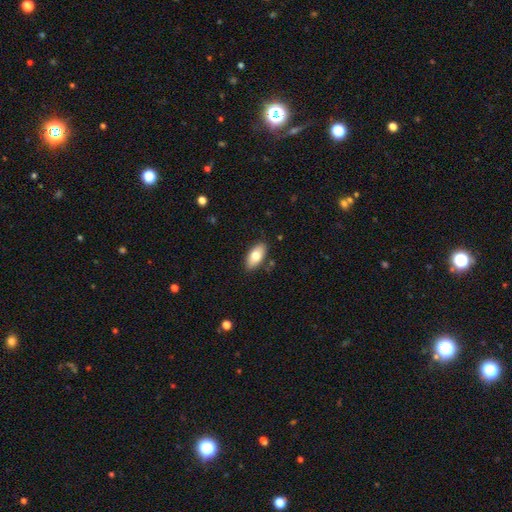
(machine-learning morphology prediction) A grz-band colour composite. It shows a smooth galaxy with no disk features (76%) that is in between round and cigar-shaped (91%). Merging: none (86%).